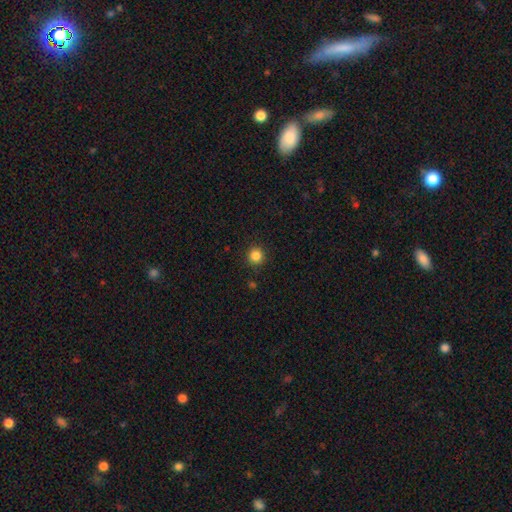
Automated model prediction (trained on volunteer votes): Smooth or featured? smooth (85%)
How rounded? round (94%)
Merging? none (91%)